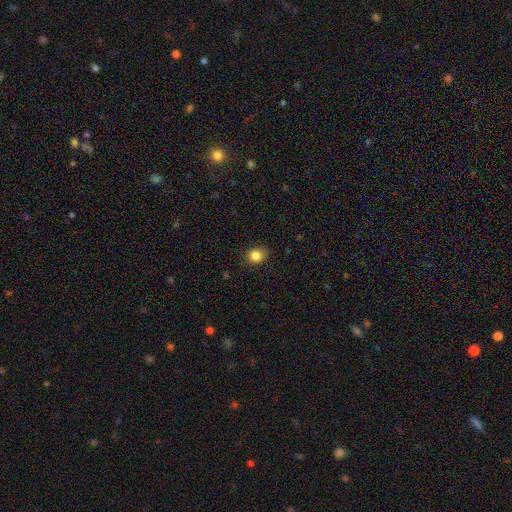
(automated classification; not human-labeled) smooth_or_featured: smooth (p=0.85) [alt: star or artifact p=0.11]
how_rounded: round (p=0.70) [alt: in between p=0.29]
merging: none (p=0.86) [alt: minor disturbance p=0.11]